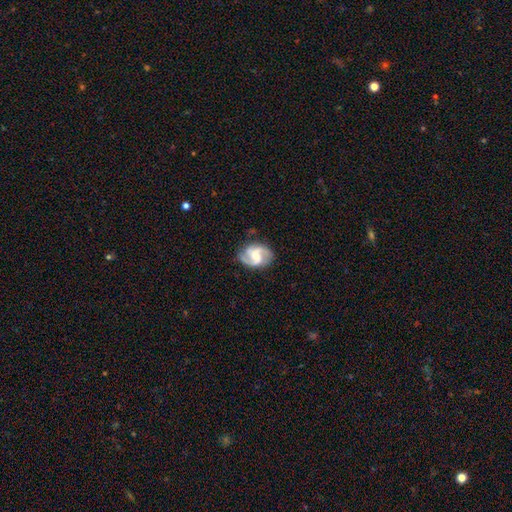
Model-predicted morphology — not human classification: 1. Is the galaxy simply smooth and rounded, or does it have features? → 85% featured or disk, 10% smooth, 5% star or artifact.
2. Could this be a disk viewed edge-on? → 98% no, 2% yes.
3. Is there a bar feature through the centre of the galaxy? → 52% weak, 28% no, 20% strong.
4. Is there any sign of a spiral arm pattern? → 97% yes, 3% no.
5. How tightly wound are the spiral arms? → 54% medium, 25% loose, 21% tight.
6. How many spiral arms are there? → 89% 2, 3% can't tell, 3% 3, 2% 1, 1% 4, 1% more than 4.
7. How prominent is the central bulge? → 53% moderate, 35% small, 6% large, 5% none, 1% dominant.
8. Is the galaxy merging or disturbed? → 80% none, 14% minor disturbance, 4% major disturbance, 1% merger.